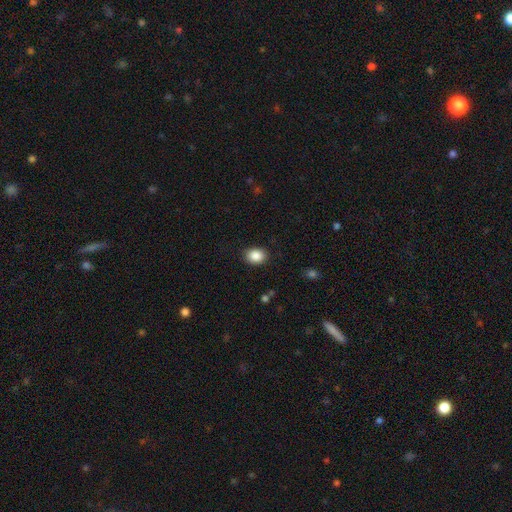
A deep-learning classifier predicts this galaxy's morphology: A smooth galaxy with no disk features (88%) that is in between round and cigar-shaped (61%). Merging: none (87%).